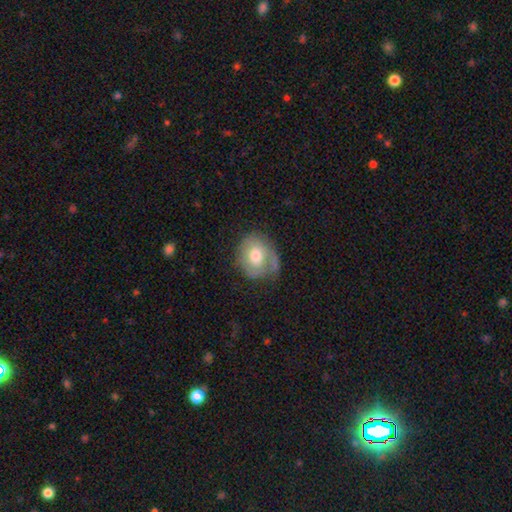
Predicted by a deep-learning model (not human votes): Smooth or featured?
  - smooth: 55% *
  - featured or disk: 39%
  - star or artifact: 7%
How rounded?
  - round: 63% *
  - in between: 36%
  - cigar-shaped: 1%
Merging?
  - none: 55% *
  - minor disturbance: 29%
  - major disturbance: 13%
  - merger: 3%